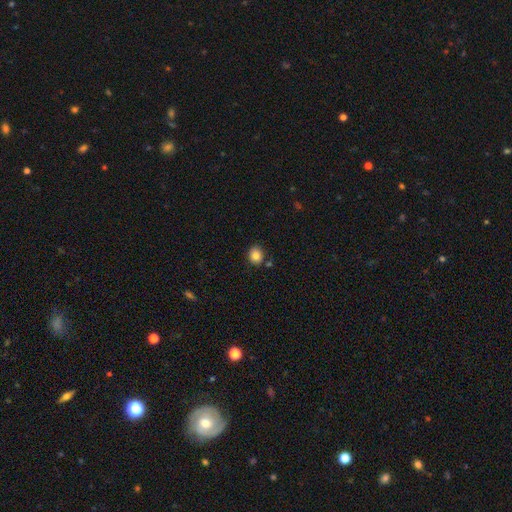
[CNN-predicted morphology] type=smooth (85%); roundness=round (66%); merging=none (82%).